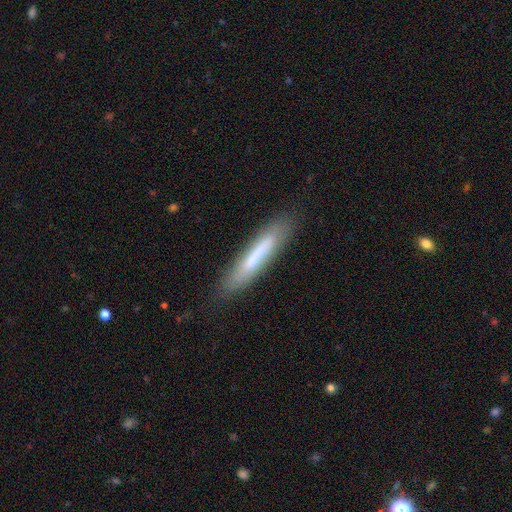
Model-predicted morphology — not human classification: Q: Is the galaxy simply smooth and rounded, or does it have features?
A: smooth — 61%.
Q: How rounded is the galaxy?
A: cigar-shaped — 91%.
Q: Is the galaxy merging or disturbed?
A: none — 79%.